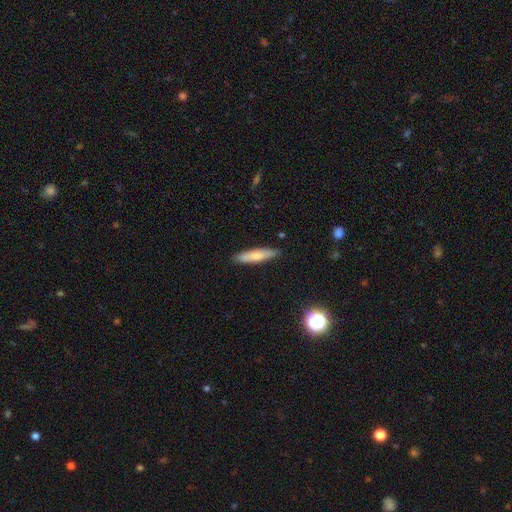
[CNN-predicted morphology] Smooth or featured? smooth (70%)
How rounded? cigar-shaped (80%)
Merging? none (87%)